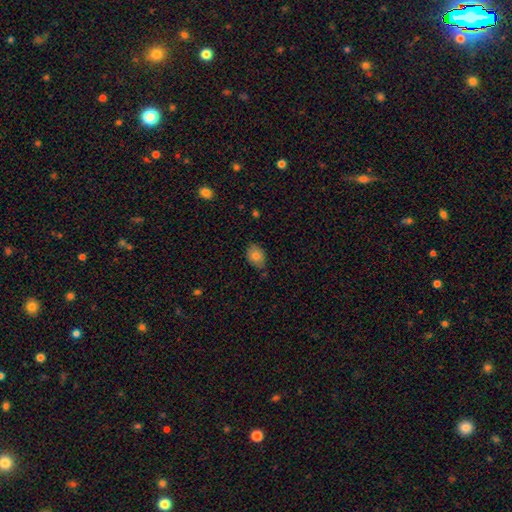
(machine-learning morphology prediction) Smooth or featured? Predicted: smooth (p=0.81). How rounded? Predicted: in between (p=0.74). Merging? Predicted: none (p=0.72).